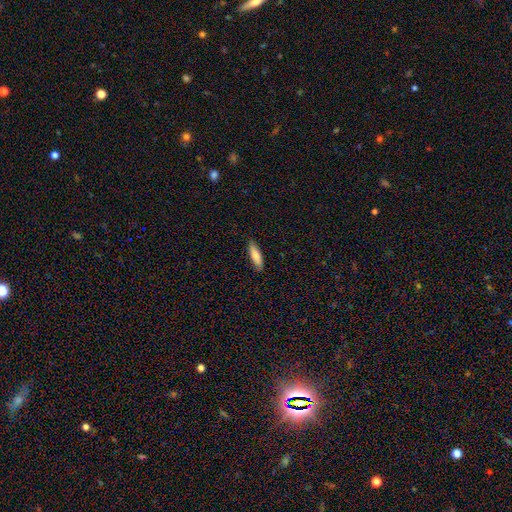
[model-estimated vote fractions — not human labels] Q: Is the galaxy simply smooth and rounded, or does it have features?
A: smooth — 77%.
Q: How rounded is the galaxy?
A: cigar-shaped — 60%.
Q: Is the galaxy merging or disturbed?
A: none — 87%.